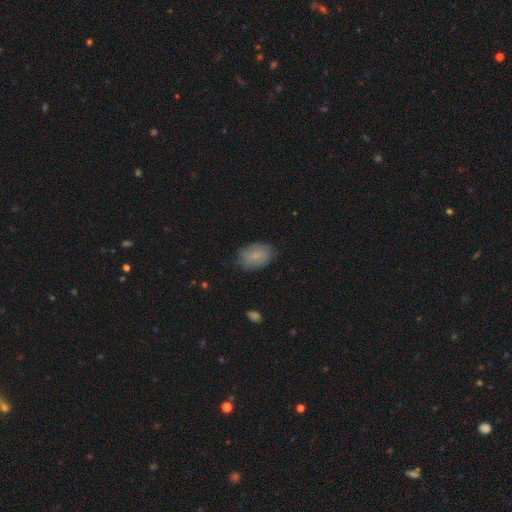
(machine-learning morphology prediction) The model was most divided on "smooth or featured": smooth: 73%, featured or disk: 19%, star or artifact: 8%. More confident: how rounded — in between (84%); merging — none (75%).